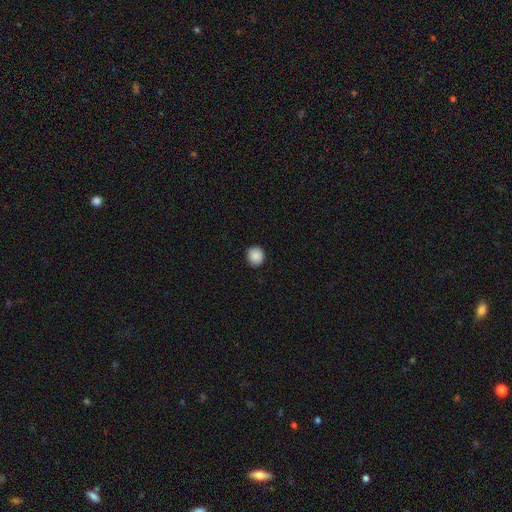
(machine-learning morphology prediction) A smooth galaxy with no disk features (89%) that is round (86%). Merging: none (91%).